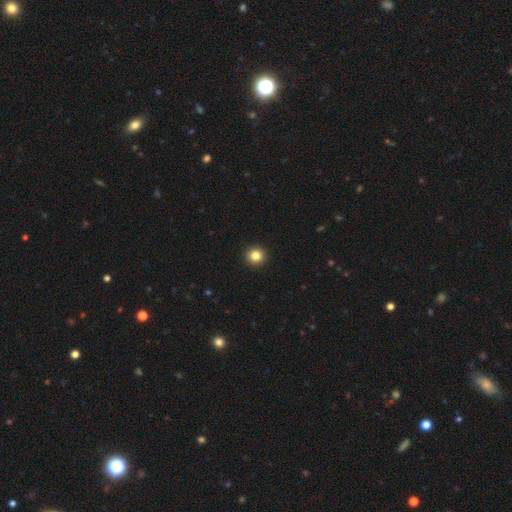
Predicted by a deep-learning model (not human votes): The model was most divided on "smooth or featured": smooth: 83%, star or artifact: 11%, featured or disk: 6%. More confident: how rounded — round (95%); merging — none (94%).